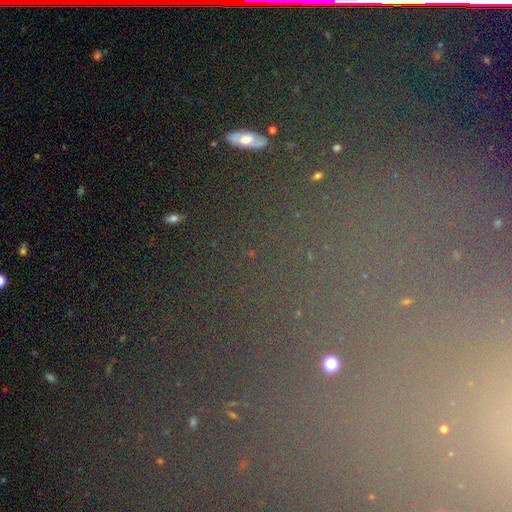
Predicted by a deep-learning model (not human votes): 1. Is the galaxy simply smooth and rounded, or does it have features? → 76% star or artifact, 13% smooth, 10% featured or disk.